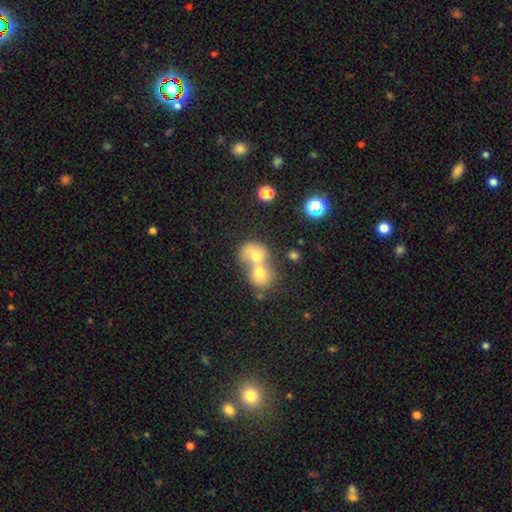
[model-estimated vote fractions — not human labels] This appears to be a smooth galaxy with no disk features (65%) that is round (63%). Merging: merger (77%).